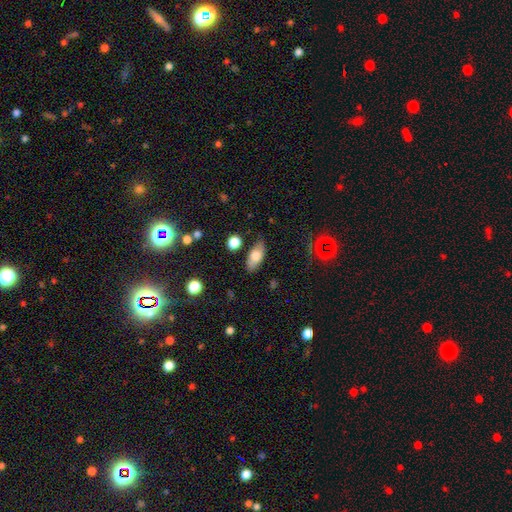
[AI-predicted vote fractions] Smooth or featured?
  - smooth: 73% *
  - featured or disk: 19%
  - star or artifact: 8%
How rounded?
  - in between: 85% *
  - cigar-shaped: 11%
  - round: 4%
Merging?
  - none: 79% *
  - minor disturbance: 15%
  - major disturbance: 3%
  - merger: 3%